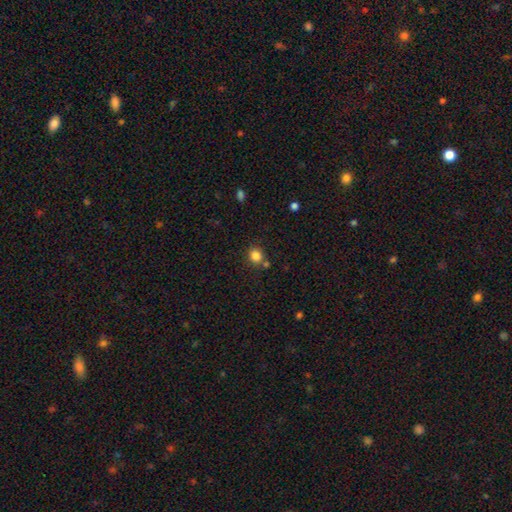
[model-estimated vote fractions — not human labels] Q: Smooth or featured?
A: smooth (83%); runner-up: star or artifact (12%)
Q: How rounded?
A: round (68%); runner-up: in between (31%)
Q: Merging?
A: none (72%); runner-up: merger (13%)